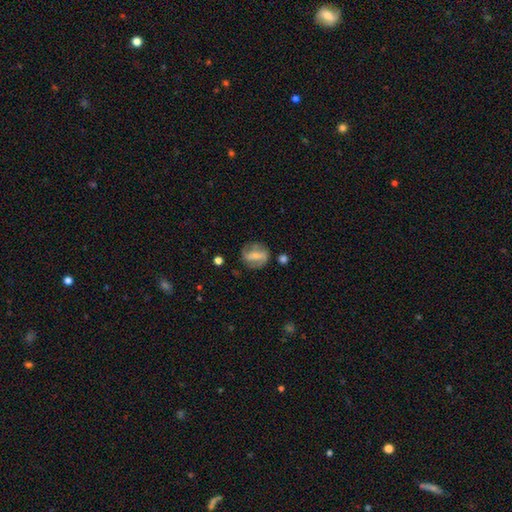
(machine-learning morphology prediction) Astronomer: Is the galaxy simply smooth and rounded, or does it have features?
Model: featured or disk — 58% (runner-up: smooth, 34%).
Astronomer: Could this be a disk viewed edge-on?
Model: no — 92%.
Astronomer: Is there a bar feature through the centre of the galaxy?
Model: strong — 57%.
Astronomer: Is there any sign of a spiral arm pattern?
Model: yes — 61% (runner-up: no, 39%).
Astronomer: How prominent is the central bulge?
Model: small — 53% (runner-up: moderate, 37%).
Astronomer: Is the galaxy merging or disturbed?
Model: none — 71%.